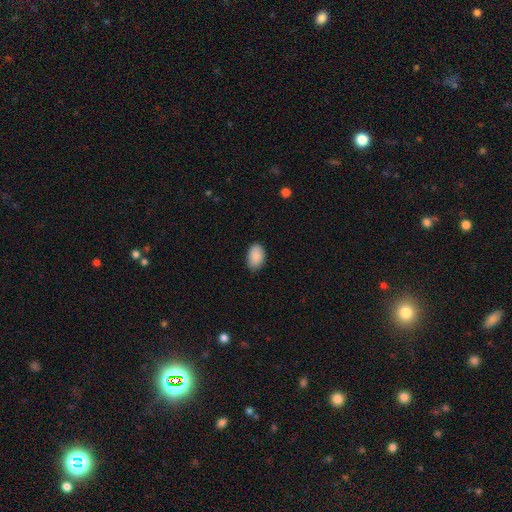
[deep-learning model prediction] A smooth galaxy with no disk features (90%) that is in between round and cigar-shaped (91%).

Vote fractions:
- Smooth or featured? smooth: 90% / star or artifact: 7% / featured or disk: 3%
- How rounded? in between: 91% / round: 8% / cigar-shaped: 1%
- Merging? none: 80% / minor disturbance: 17% / major disturbance: 3% / merger: 1%